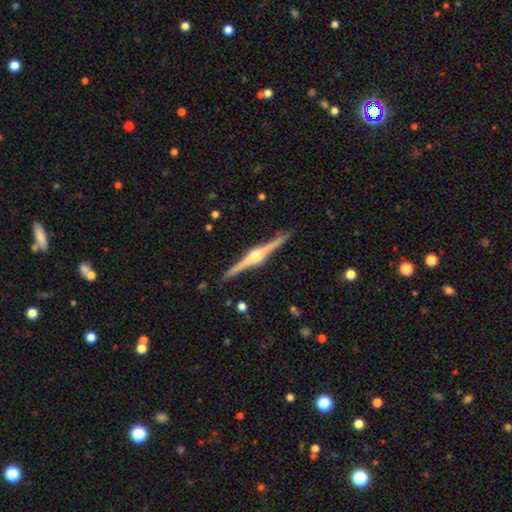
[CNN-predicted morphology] Smooth or featured: featured or disk — 88% (smooth — 7%)
Edge-on disk: yes — 99% (no — 1%)
Edge-on bulge: rounded — 93% (boxy — 5%)
Merging: none — 91% (minor disturbance — 7%)